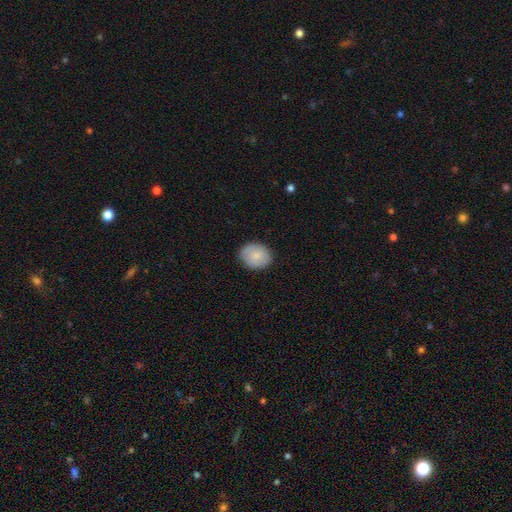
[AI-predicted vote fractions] Morphology: type=smooth (80%); roundness=round (66%); merging=none (83%).